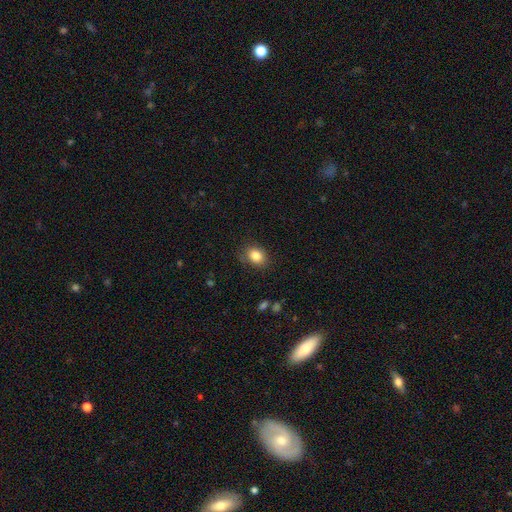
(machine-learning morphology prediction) Smooth or featured?
  - smooth: 84% *
  - star or artifact: 10%
  - featured or disk: 7%
How rounded?
  - in between: 57% *
  - round: 42%
  - cigar-shaped: 1%
Merging?
  - none: 81% *
  - minor disturbance: 15%
  - major disturbance: 4%
  - merger: 1%